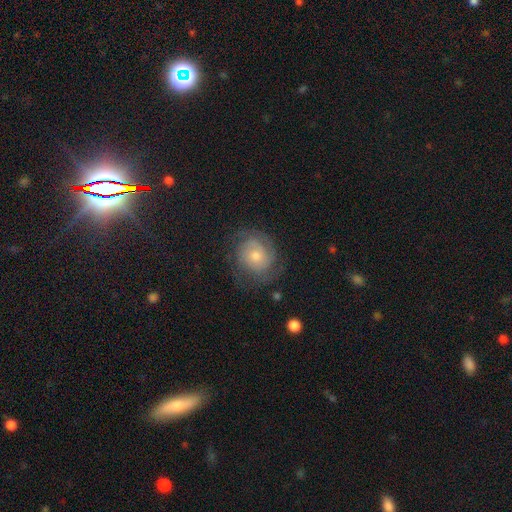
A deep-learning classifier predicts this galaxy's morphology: type=featured or disk (69%); edge-on=no (97%); bar=no (78%); spiral arms=yes (91%); winding=tight (64%); arm count=2 (35%); bulge=moderate (49%); merging=none (73%).